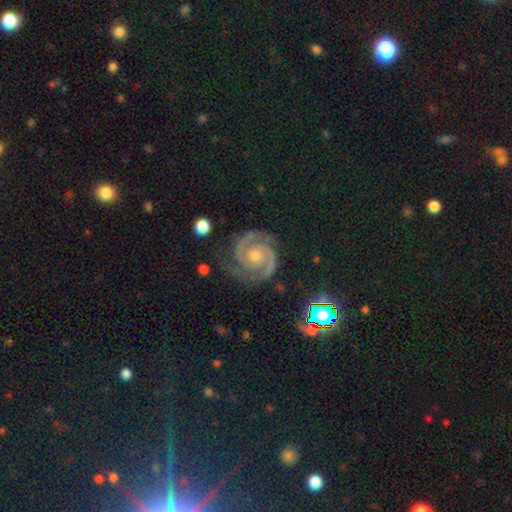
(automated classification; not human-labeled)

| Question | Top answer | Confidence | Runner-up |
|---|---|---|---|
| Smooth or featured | featured or disk | 92% | star or artifact (6%) |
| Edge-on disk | no | 98% | yes (2%) |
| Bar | no | 73% | weak (20%) |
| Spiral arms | yes | 99% | no (1%) |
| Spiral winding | tight | 69% | medium (28%) |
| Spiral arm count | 2 | 90% | 3 (4%) |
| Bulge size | small | 50% | moderate (45%) |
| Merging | none | 81% | minor disturbance (14%) |